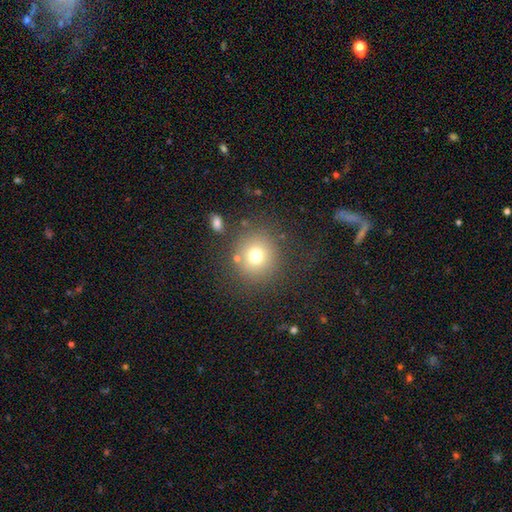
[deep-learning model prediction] This appears to be a smooth galaxy with no disk features (72%) that is round (91%). Merging: none (80%).